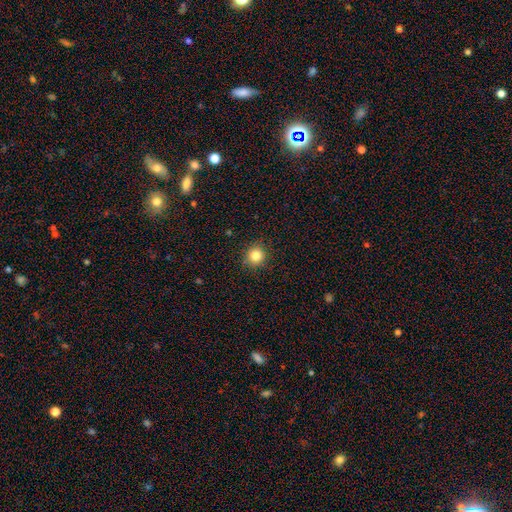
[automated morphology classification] smooth_or_featured: smooth (p=0.84) [alt: star or artifact p=0.11]
how_rounded: round (p=0.91) [alt: in between p=0.08]
merging: none (p=0.90) [alt: minor disturbance p=0.07]